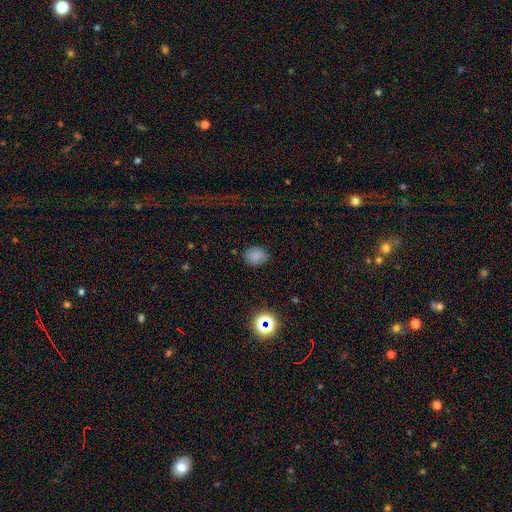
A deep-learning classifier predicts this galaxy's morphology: Smooth or featured?
  - smooth: 81% *
  - star or artifact: 14%
  - featured or disk: 5%
How rounded?
  - in between: 50% *
  - round: 49%
  - cigar-shaped: 1%
Merging?
  - none: 85% *
  - minor disturbance: 11%
  - major disturbance: 3%
  - merger: 1%